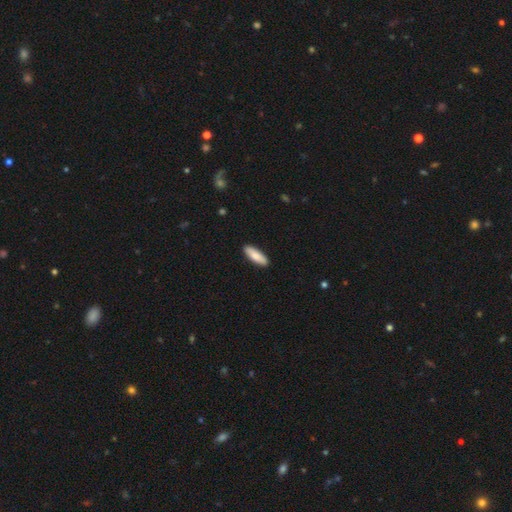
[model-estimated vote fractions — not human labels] Morphology: type=smooth (83%); roundness=cigar-shaped (51%); merging=none (90%).